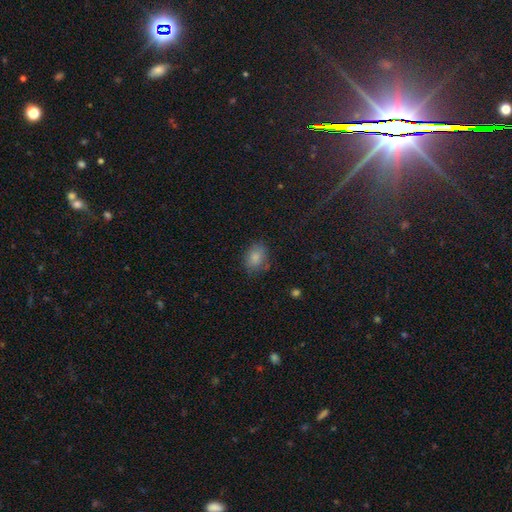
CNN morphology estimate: Q: Smooth or featured?
A: smooth (73%); runner-up: star or artifact (19%)
Q: How rounded?
A: in between (63%); runner-up: round (36%)
Q: Merging?
A: none (80%); runner-up: minor disturbance (15%)